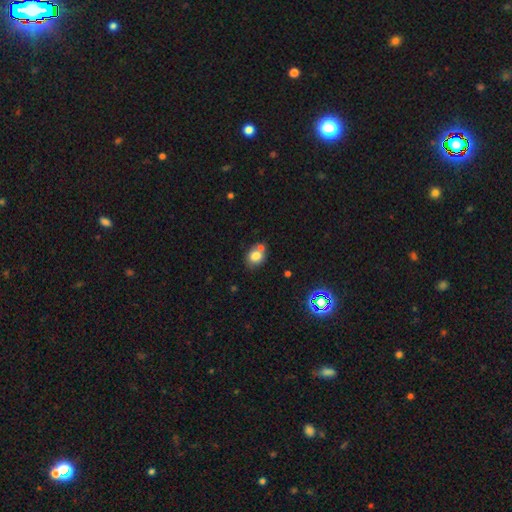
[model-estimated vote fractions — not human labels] smooth 78%, star or artifact 12%, featured or disk 10%. Down the decision tree: how rounded — round (63%); merging — none (55%).